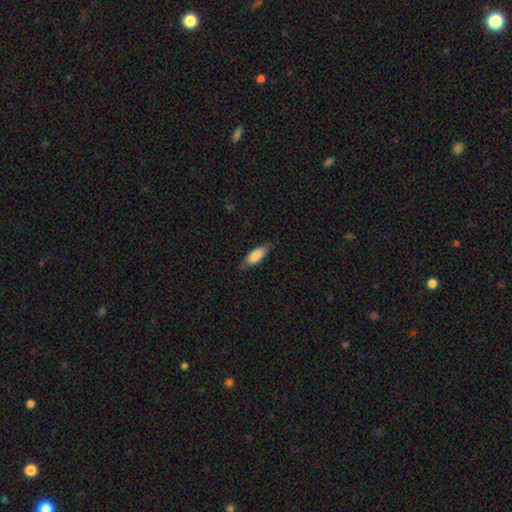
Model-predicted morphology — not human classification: Smooth or featured? Predicted: smooth (p=0.85). How rounded? Predicted: in between (p=0.74). Merging? Predicted: none (p=0.77).